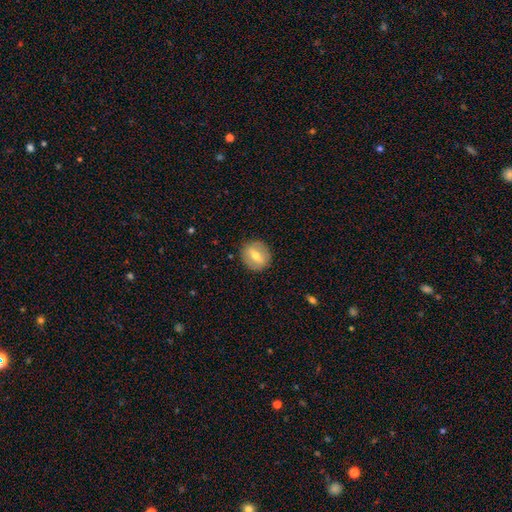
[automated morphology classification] This is possibly a smooth galaxy (47%). Merging: clearly none (88%).